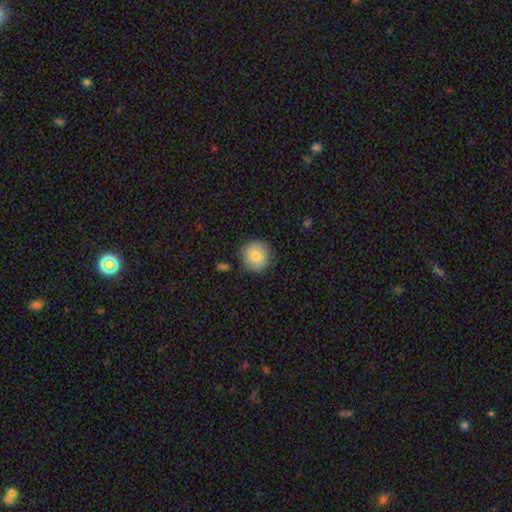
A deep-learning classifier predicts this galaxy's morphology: smooth-or-featured: smooth: 81% | featured or disk: 10% | star or artifact: 9%
  how-rounded: round: 93% | in between: 6% | cigar-shaped: 1%
  merging: none: 86% | minor disturbance: 10% | major disturbance: 3% | merger: 2%